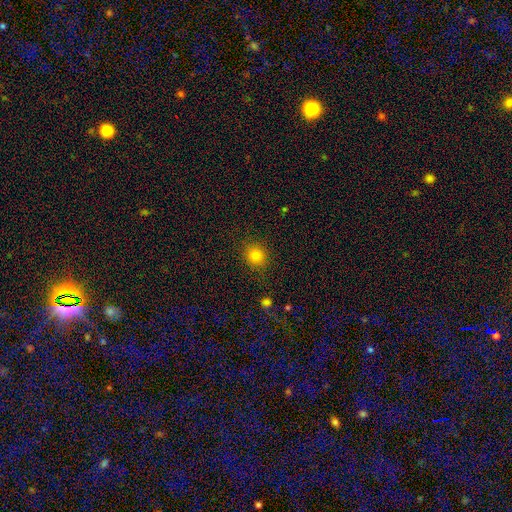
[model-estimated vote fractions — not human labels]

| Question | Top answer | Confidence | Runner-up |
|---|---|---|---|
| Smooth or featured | smooth | 82% | star or artifact (12%) |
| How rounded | round | 87% | in between (12%) |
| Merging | none | 87% | minor disturbance (8%) |